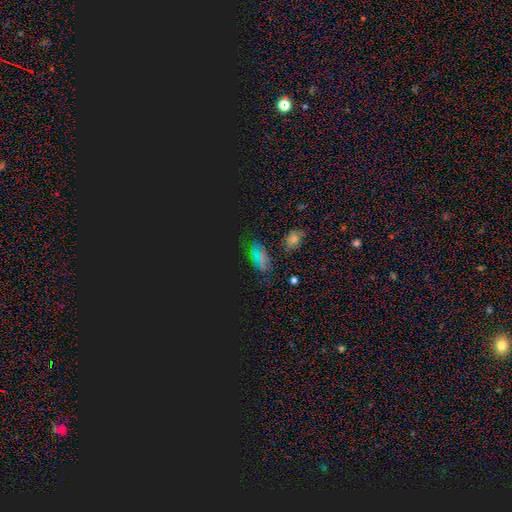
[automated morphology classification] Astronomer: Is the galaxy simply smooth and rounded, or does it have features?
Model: star or artifact — 67%.